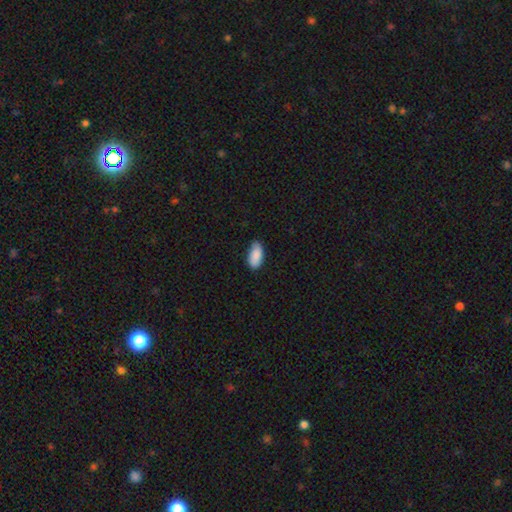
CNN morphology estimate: A smooth galaxy with no disk features (89%) that is in between round and cigar-shaped (93%). Merging: none (73%).